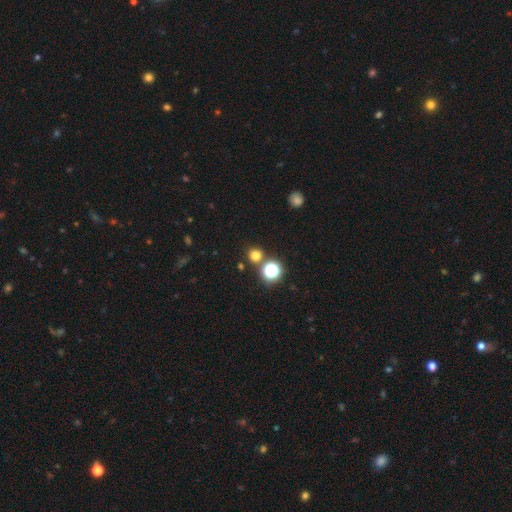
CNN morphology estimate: The model was most divided on "smooth or featured": smooth: 70%, star or artifact: 24%, featured or disk: 5%. More confident: how rounded — round (91%); merging — none (80%).